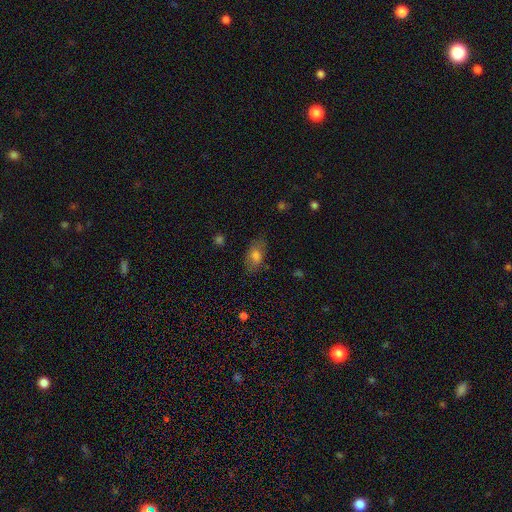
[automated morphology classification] Q: Smooth or featured?
A: smooth (75%); runner-up: featured or disk (17%)
Q: How rounded?
A: in between (90%); runner-up: round (7%)
Q: Merging?
A: none (75%); runner-up: minor disturbance (17%)